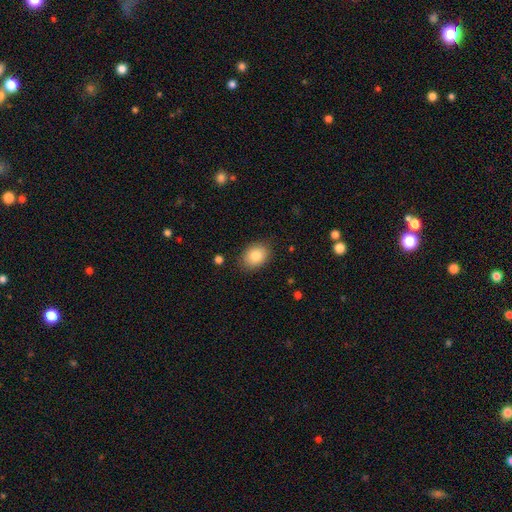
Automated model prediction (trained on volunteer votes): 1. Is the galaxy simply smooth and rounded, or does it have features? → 83% smooth, 9% featured or disk, 8% star or artifact.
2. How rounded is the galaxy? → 68% in between, 31% round, 1% cigar-shaped.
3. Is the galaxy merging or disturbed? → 85% none, 11% minor disturbance, 3% major disturbance, 1% merger.